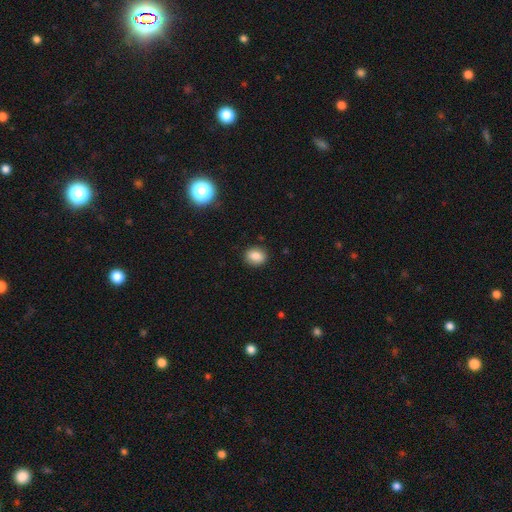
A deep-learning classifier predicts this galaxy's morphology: This appears to be a smooth galaxy with no disk features (86%) that is in between round and cigar-shaped (50%). Merging: none (88%).